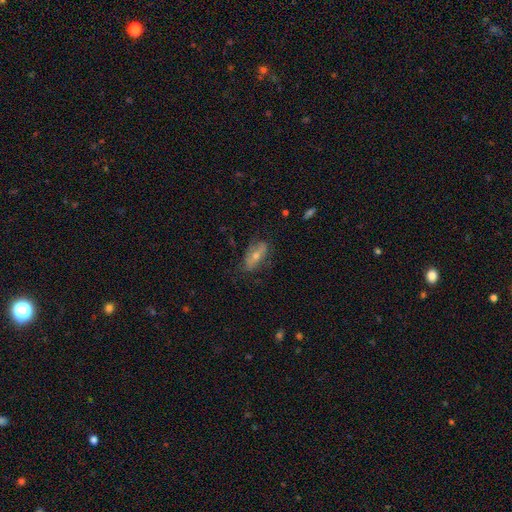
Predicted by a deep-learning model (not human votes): Q: Smooth or featured?
A: featured or disk (52%); runner-up: smooth (36%)
Q: Edge-on disk?
A: no (74%); runner-up: yes (26%)
Q: Merging?
A: none (73%); runner-up: minor disturbance (19%)